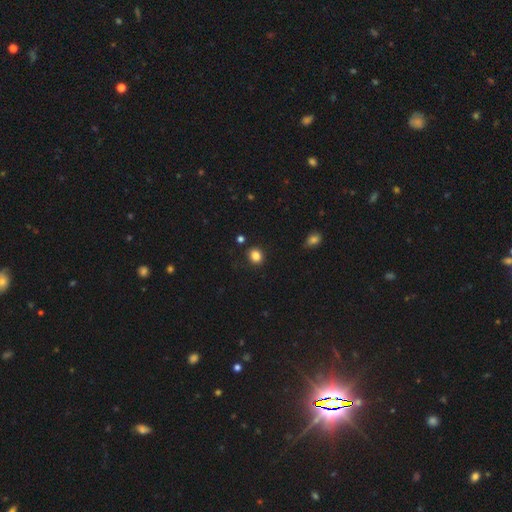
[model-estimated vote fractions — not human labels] Smooth or featured? smooth (85%)
How rounded? round (69%)
Merging? none (87%)